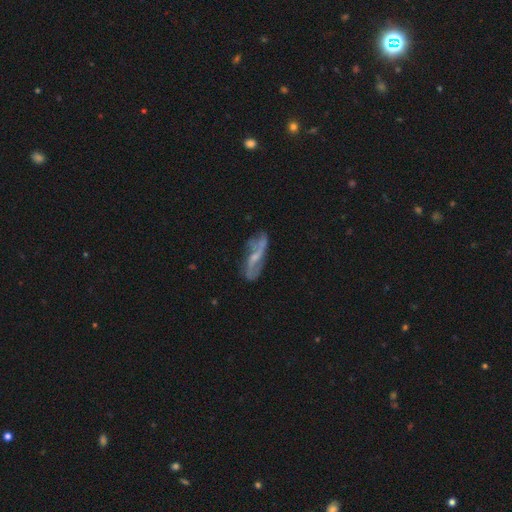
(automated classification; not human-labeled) Smooth or featured? featured or disk (74%)
Edge-on disk? no (81%)
Bar? weak (41%)
Spiral arms? yes (86%)
Spiral winding? loose (66%)
Spiral arm count? 2 (79%)
Bulge size? small (55%)
Merging? none (66%)